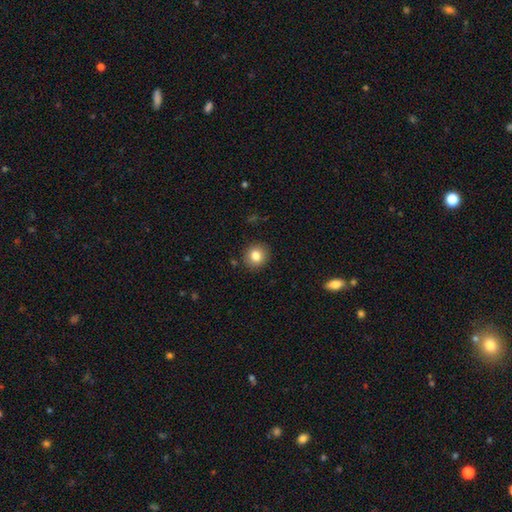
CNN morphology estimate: Q: Smooth or featured?
A: smooth (82%); runner-up: star or artifact (10%)
Q: How rounded?
A: round (86%); runner-up: in between (13%)
Q: Merging?
A: none (90%); runner-up: minor disturbance (7%)